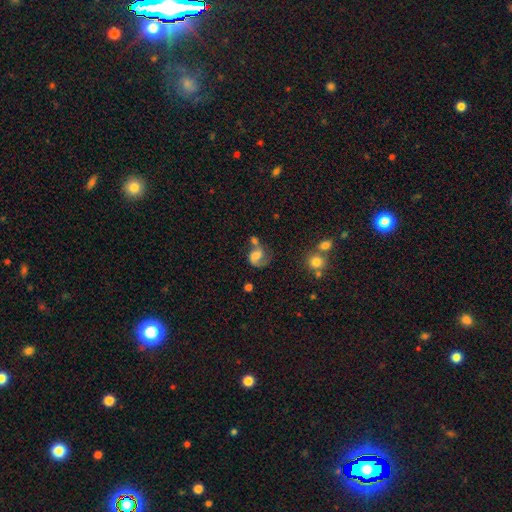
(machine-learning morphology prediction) smooth_or_featured: featured or disk (p=0.58) [alt: smooth p=0.32]
disk_edge_on: no (p=0.98) [alt: yes p=0.02]
bar: no (p=0.49) [alt: weak p=0.38]
has_spiral_arms: yes (p=0.85) [alt: no p=0.15]
bulge_size: moderate (p=0.30) [alt: none p=0.24]
merging: none (p=0.32) [alt: merger p=0.25]